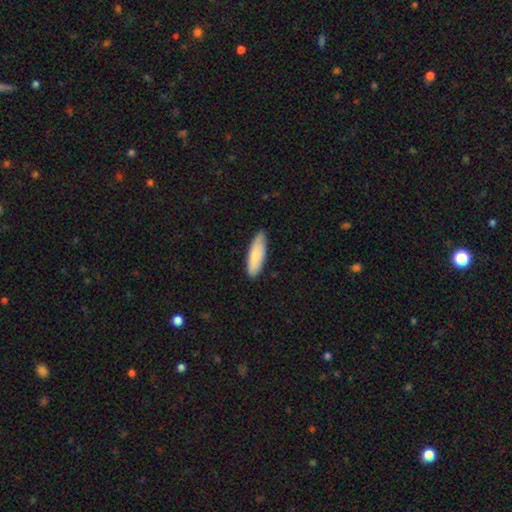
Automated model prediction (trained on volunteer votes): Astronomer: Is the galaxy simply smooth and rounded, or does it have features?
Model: smooth — 80%.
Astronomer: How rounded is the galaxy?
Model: in between — 55% (runner-up: cigar-shaped, 43%).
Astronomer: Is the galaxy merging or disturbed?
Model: none — 77%.